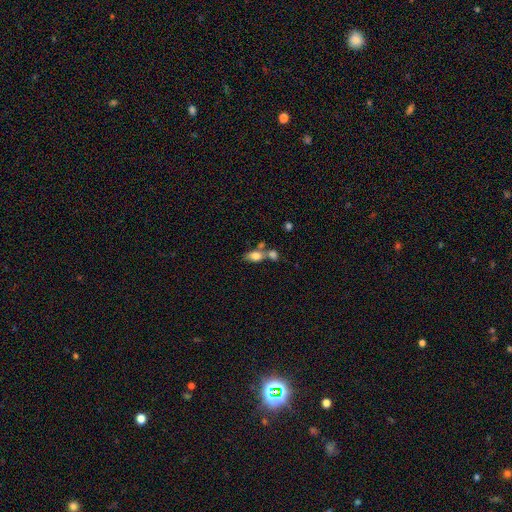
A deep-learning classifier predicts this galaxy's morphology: A smooth galaxy with no disk features (75%) that is in between round and cigar-shaped (82%). Merging: merger (45%).